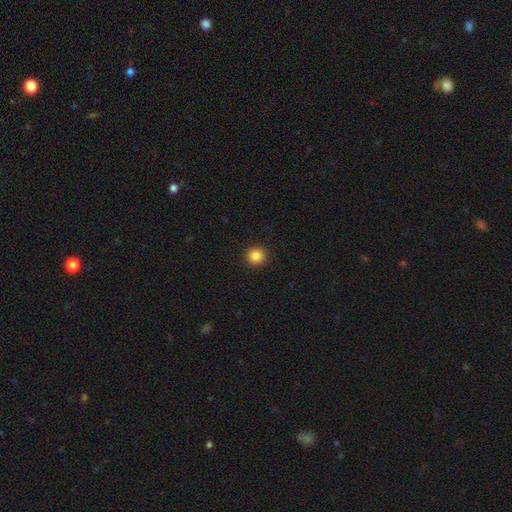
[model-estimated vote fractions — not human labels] Q: Smooth or featured?
A: smooth (86%); runner-up: star or artifact (10%)
Q: How rounded?
A: round (95%); runner-up: in between (4%)
Q: Merging?
A: none (93%); runner-up: minor disturbance (4%)